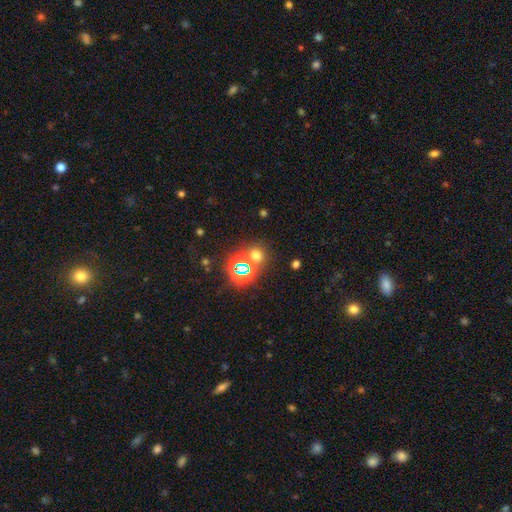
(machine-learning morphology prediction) Smooth or featured? smooth (50%)
How rounded? round (82%)
Merging? none (71%)